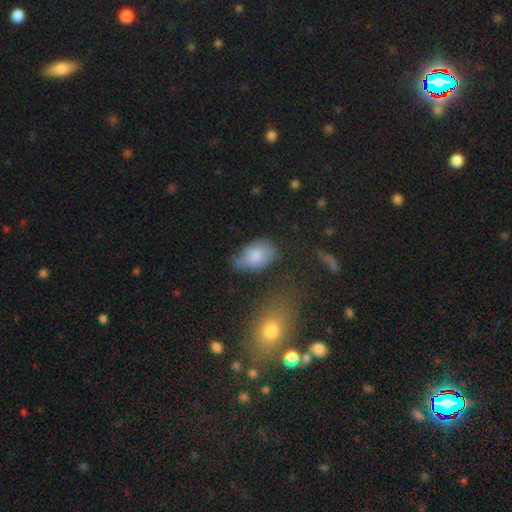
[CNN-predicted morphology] Smooth or featured? Predicted: smooth (p=0.76). How rounded? Predicted: in between (p=0.88). Merging? Predicted: none (p=0.46).